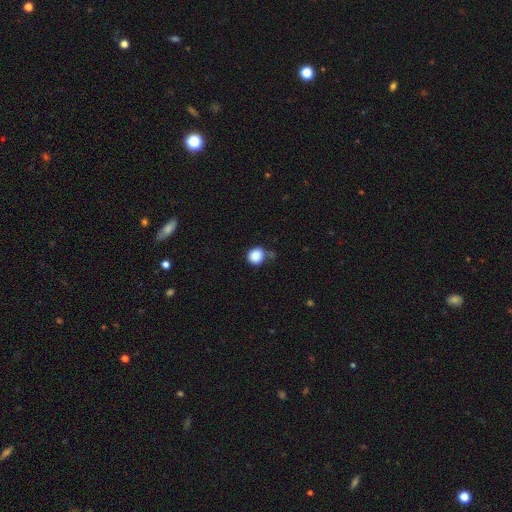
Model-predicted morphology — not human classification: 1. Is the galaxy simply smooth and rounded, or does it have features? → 87% smooth, 9% star or artifact, 3% featured or disk.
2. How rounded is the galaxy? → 88% round, 11% in between, 1% cigar-shaped.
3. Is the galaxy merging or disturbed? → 64% none, 22% minor disturbance, 7% merger, 6% major disturbance.